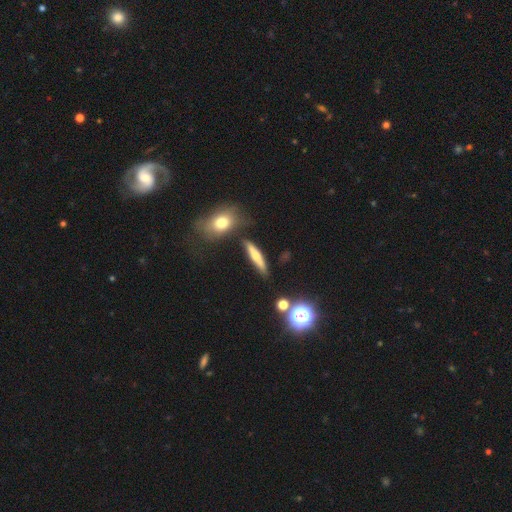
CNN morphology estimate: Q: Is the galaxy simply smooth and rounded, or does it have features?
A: smooth — 57%.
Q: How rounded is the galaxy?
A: cigar-shaped — 84%.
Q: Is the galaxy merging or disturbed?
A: none — 78%.